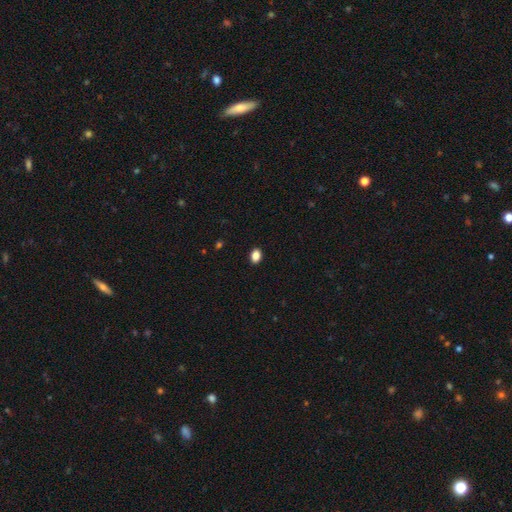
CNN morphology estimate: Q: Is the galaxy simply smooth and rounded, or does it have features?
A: smooth — 87%.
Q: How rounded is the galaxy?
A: in between — 75%.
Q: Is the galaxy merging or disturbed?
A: none — 91%.